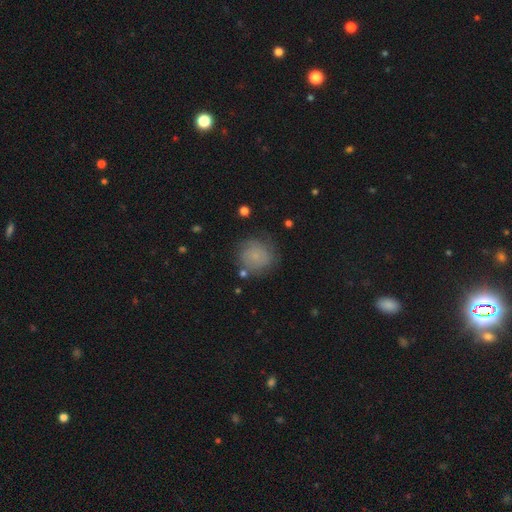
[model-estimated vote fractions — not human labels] The model was most divided on "smooth or featured": smooth: 66%, featured or disk: 24%, star or artifact: 10%. More confident: how rounded — round (90%); merging — none (71%).